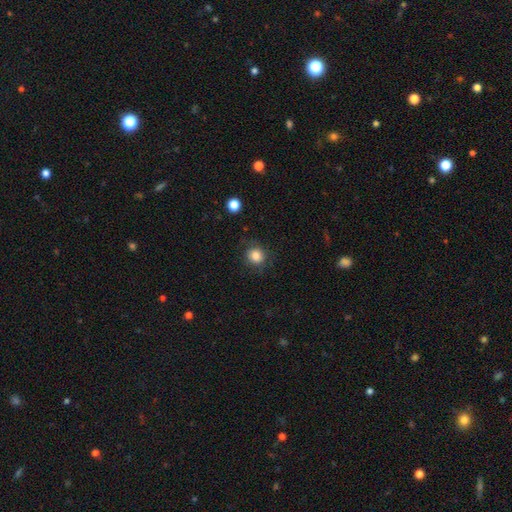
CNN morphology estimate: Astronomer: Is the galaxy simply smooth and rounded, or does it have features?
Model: smooth — 83%.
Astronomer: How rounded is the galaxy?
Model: round — 80%.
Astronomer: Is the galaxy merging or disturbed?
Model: none — 78%.